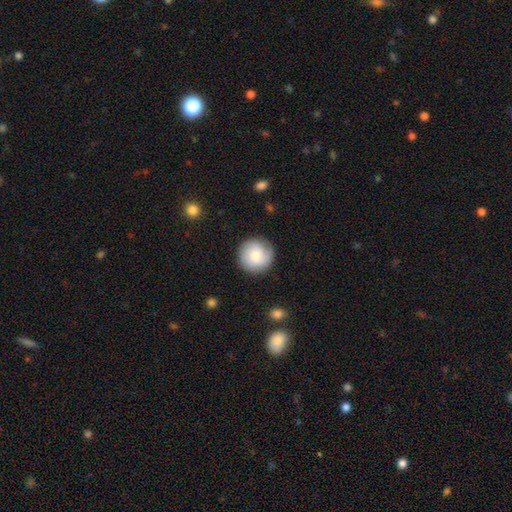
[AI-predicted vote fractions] A smooth galaxy with no disk features (74%) that is round (95%).

Vote fractions:
- Smooth or featured? smooth: 74% / featured or disk: 19% / star or artifact: 7%
- How rounded? round: 95% / in between: 4% / cigar-shaped: 1%
- Merging? none: 84% / minor disturbance: 11% / major disturbance: 3% / merger: 1%